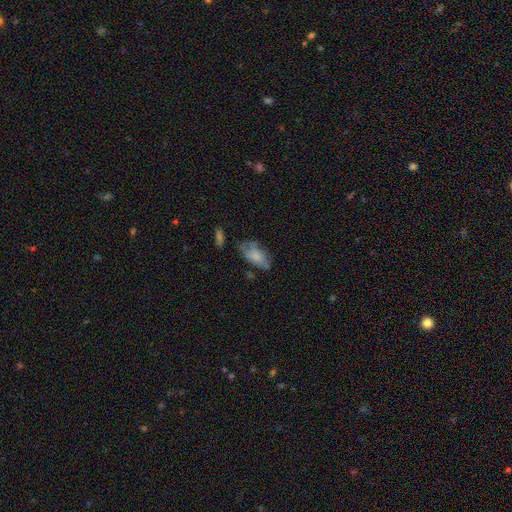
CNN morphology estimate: This appears to be a smooth galaxy with no disk features (65%) that is in between round and cigar-shaped (91%). Merging: none (45%).